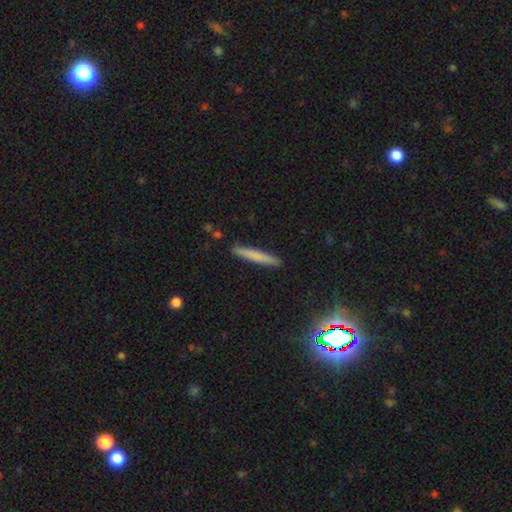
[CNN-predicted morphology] smooth-or-featured: smooth: 71% | featured or disk: 21% | star or artifact: 7%
  how-rounded: cigar-shaped: 95% | in between: 3% | round: 1%
  merging: none: 91% | minor disturbance: 7% | major disturbance: 1% | merger: 1%